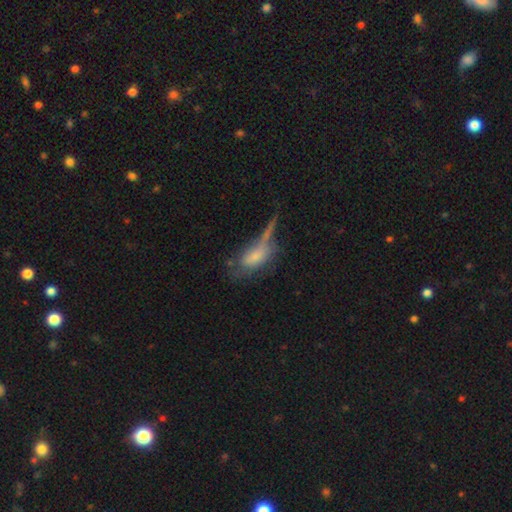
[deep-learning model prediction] Smooth or featured? Predicted: smooth (p=0.61). How rounded? Predicted: in between (p=0.80). Merging? Predicted: none (p=0.30).